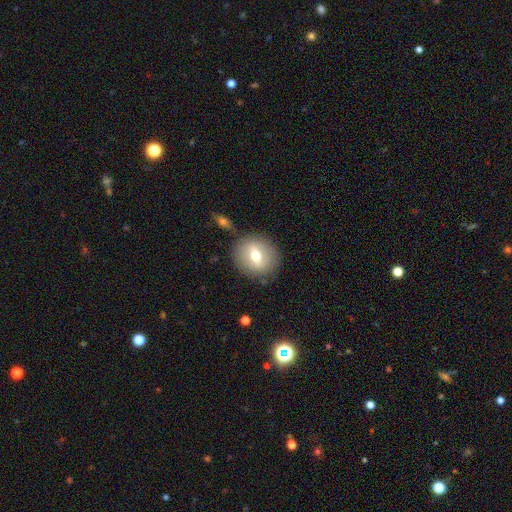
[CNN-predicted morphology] Smooth or featured?
  - smooth: 57% *
  - featured or disk: 35%
  - star or artifact: 8%
How rounded?
  - round: 82% *
  - in between: 17%
  - cigar-shaped: 1%
Merging?
  - none: 82% *
  - minor disturbance: 10%
  - merger: 5%
  - major disturbance: 3%